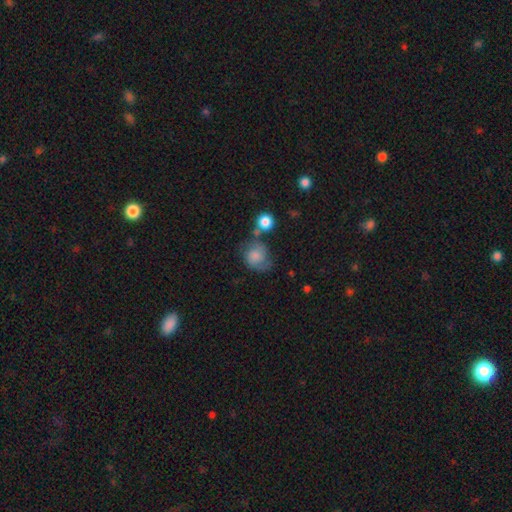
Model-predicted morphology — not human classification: Smooth or featured?
  - smooth: 61% *
  - featured or disk: 30%
  - star or artifact: 9%
How rounded?
  - round: 72% *
  - in between: 27%
  - cigar-shaped: 1%
Merging?
  - none: 45% *
  - minor disturbance: 27%
  - major disturbance: 15%
  - merger: 12%